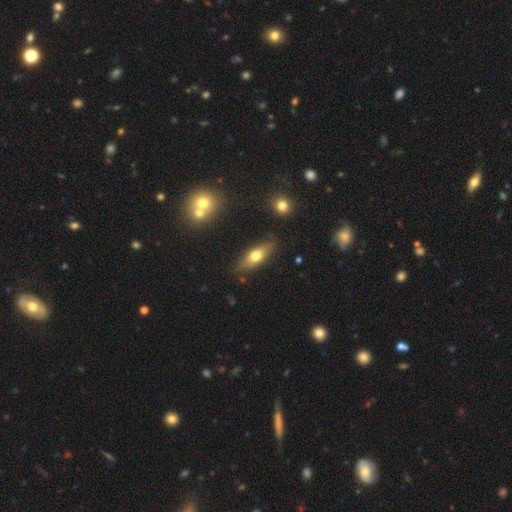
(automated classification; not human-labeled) Smooth or featured: smooth — 60% (featured or disk — 33%)
How rounded: in between — 61% (cigar-shaped — 35%)
Merging: none — 81% (minor disturbance — 13%)